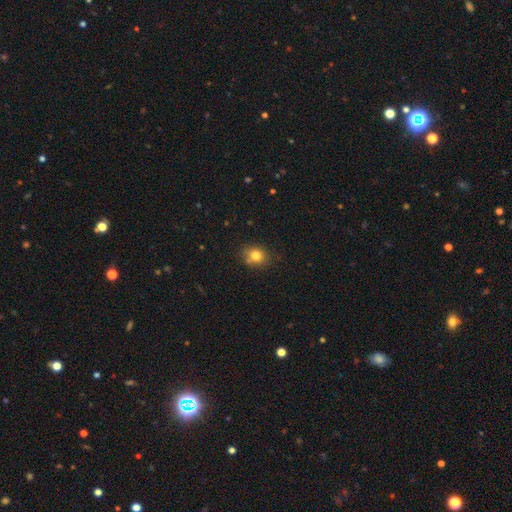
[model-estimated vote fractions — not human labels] A smooth galaxy with no disk features (80%) that is round (60%). Merging: none (74%).